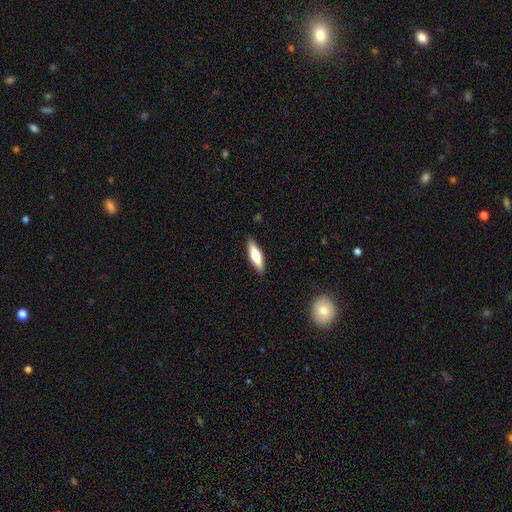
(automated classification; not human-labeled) A smooth galaxy with no disk features (63%) that is cigar-shaped (59%). Merging: none (88%).